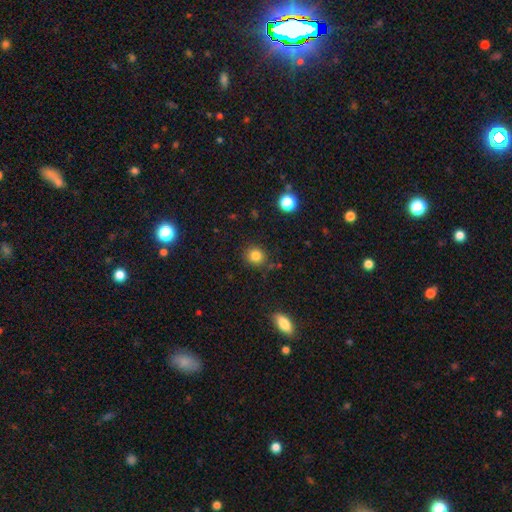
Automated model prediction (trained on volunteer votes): Smooth or featured?
  - smooth: 83% *
  - star or artifact: 12%
  - featured or disk: 5%
How rounded?
  - round: 86% *
  - in between: 13%
  - cigar-shaped: 1%
Merging?
  - none: 84% *
  - minor disturbance: 11%
  - major disturbance: 3%
  - merger: 3%